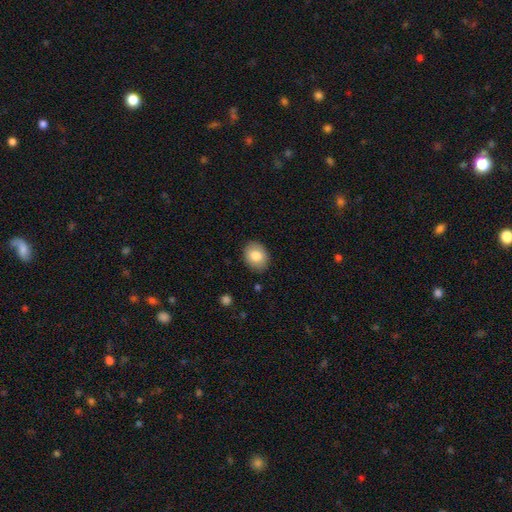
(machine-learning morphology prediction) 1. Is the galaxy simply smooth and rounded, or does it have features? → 82% smooth, 10% featured or disk, 8% star or artifact.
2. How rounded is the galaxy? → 62% in between, 37% round, 1% cigar-shaped.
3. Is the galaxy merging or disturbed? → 87% none, 10% minor disturbance, 2% major disturbance, 1% merger.